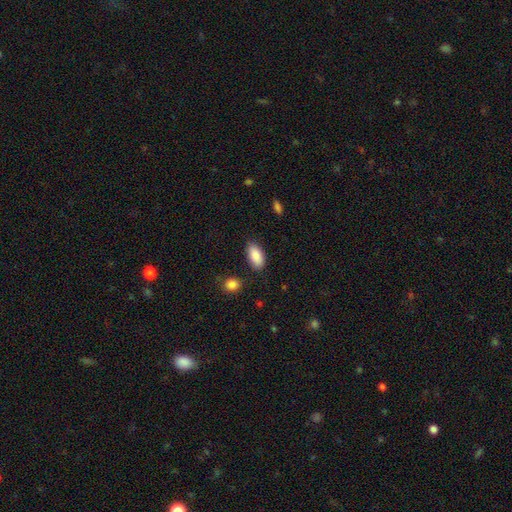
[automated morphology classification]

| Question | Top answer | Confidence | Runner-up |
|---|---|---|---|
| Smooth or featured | smooth | 89% | star or artifact (6%) |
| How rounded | in between | 92% | cigar-shaped (5%) |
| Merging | none | 82% | minor disturbance (12%) |